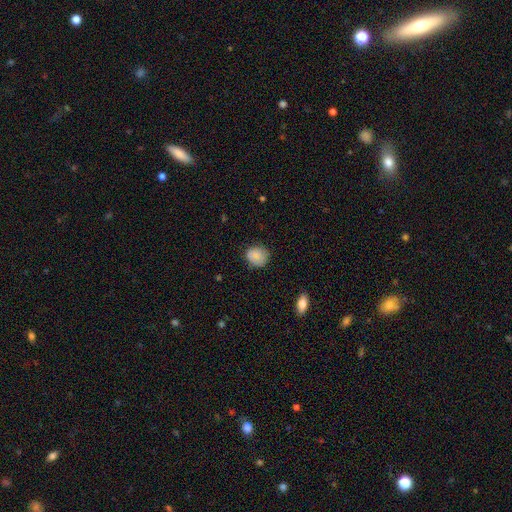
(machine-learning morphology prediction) This appears to be a smooth galaxy with no disk features (83%) that is round (71%). Merging: none (74%).